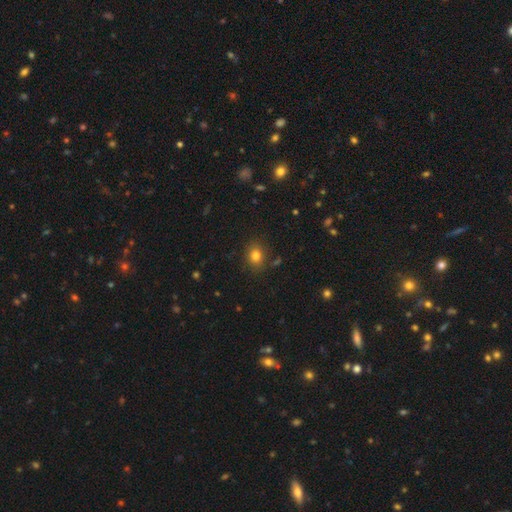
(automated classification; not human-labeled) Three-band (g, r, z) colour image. It shows a smooth galaxy with no disk features (81%) that is round (53%). Merging: none (83%).